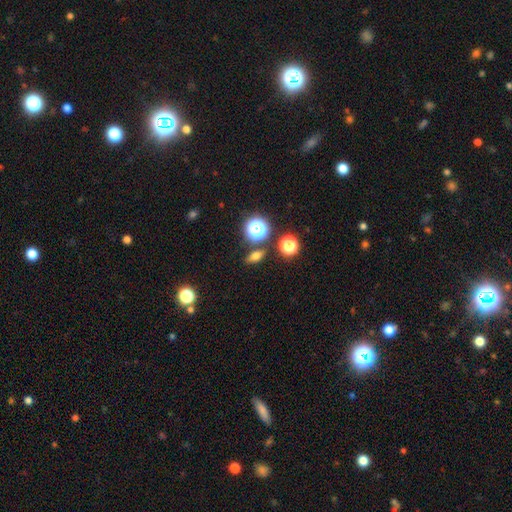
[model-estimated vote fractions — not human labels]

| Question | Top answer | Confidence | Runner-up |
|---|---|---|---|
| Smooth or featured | smooth | 66% | star or artifact (20%) |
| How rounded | in between | 60% | round (28%) |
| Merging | none | 82% | minor disturbance (9%) |